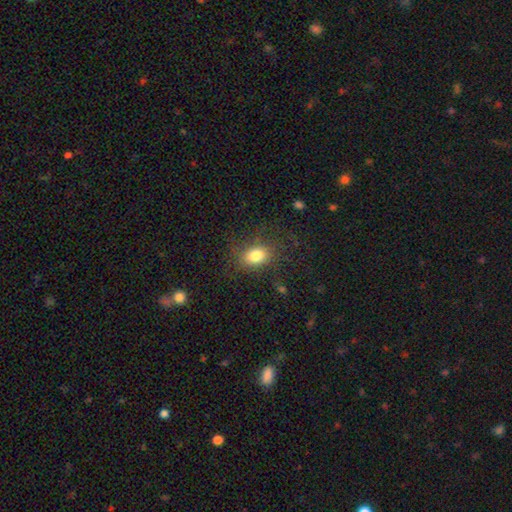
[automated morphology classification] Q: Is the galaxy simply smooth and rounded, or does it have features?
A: smooth — 80%.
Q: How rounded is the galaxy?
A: in between — 71%.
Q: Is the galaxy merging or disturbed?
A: none — 77%.